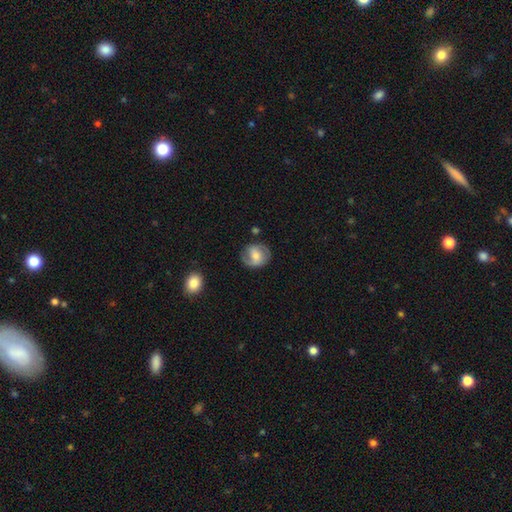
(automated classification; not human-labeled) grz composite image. It shows a featured or disk galaxy (56%) with a weak bar (42%), spiral arms (80%) and a moderate central bulge (53%). Merging: none (73%).